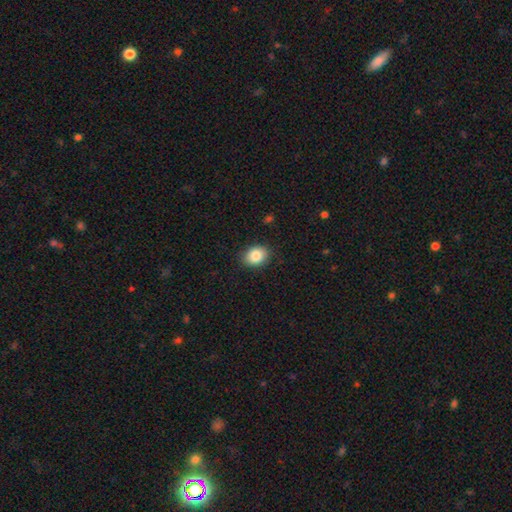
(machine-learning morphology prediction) The model was most divided on "how rounded": in between: 61%, round: 38%, cigar-shaped: 1%. More confident: merging — none (87%); smooth or featured — smooth (85%).